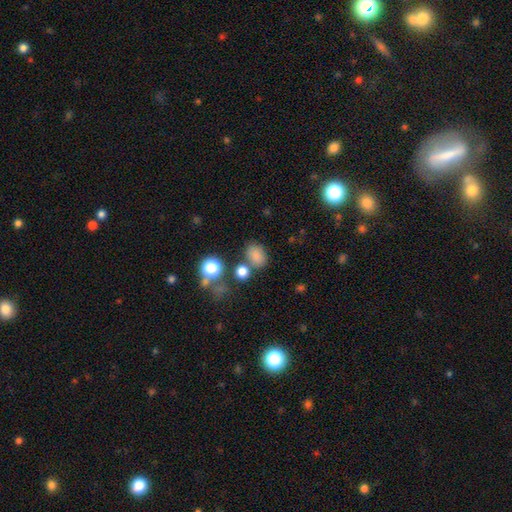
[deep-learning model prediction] Overall: smooth (80%). How rounded: in between (64%; round 35%). Merging: none (66%).